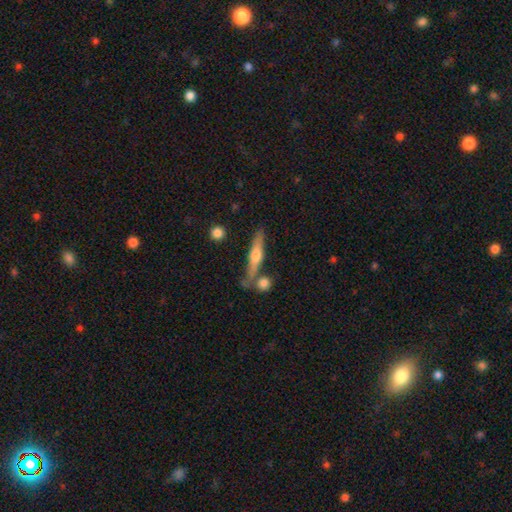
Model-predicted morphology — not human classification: Overall: featured or disk (58%; smooth 36%). Edge-on disk: yes (94%). Edge-on bulge: rounded (89%). Merging: none (70%).